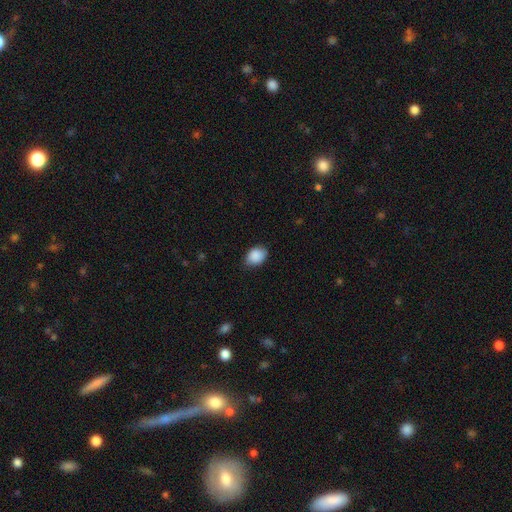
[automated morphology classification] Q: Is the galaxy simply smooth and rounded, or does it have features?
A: smooth — 89%.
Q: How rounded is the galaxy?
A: in between — 75%.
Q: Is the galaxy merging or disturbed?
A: none — 77%.